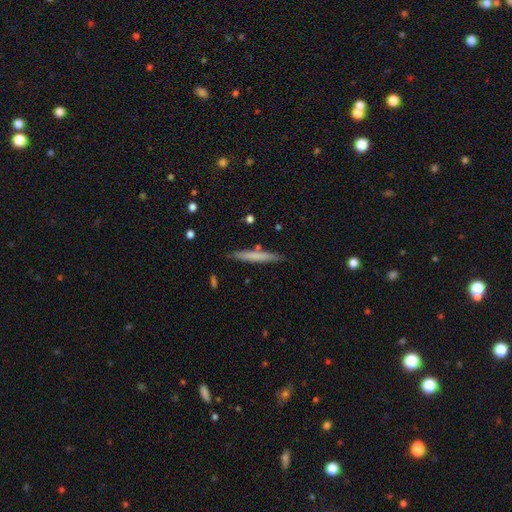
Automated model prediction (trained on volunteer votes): Smooth or featured? Predicted: smooth (p=0.66). How rounded? Predicted: cigar-shaped (p=0.95). Merging? Predicted: none (p=0.86).